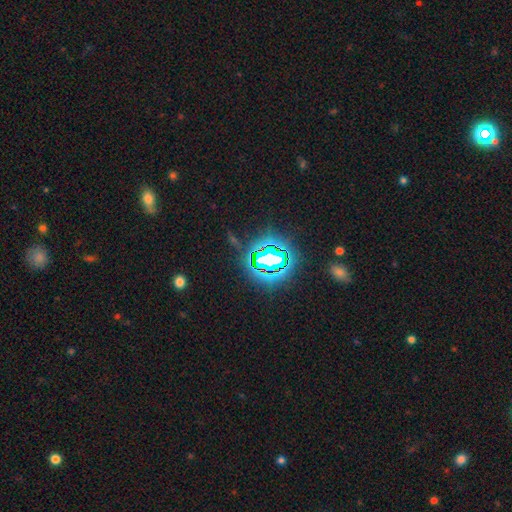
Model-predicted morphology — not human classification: This appears to be a star or artifact, not a galaxy (78%).